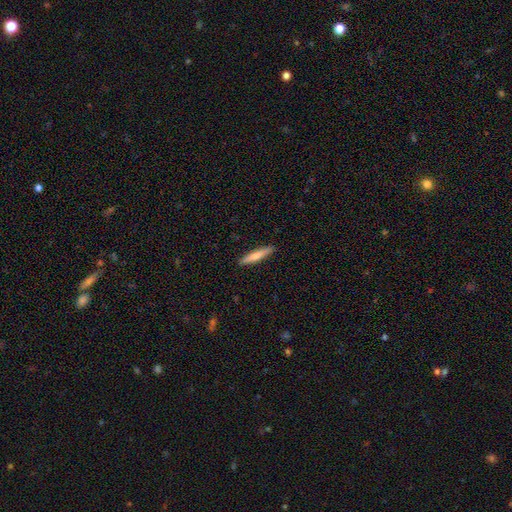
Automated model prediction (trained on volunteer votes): smooth_or_featured: smooth (p=0.58) [alt: featured or disk p=0.37]
how_rounded: cigar-shaped (p=0.92) [alt: in between p=0.06]
merging: none (p=0.91) [alt: minor disturbance p=0.06]